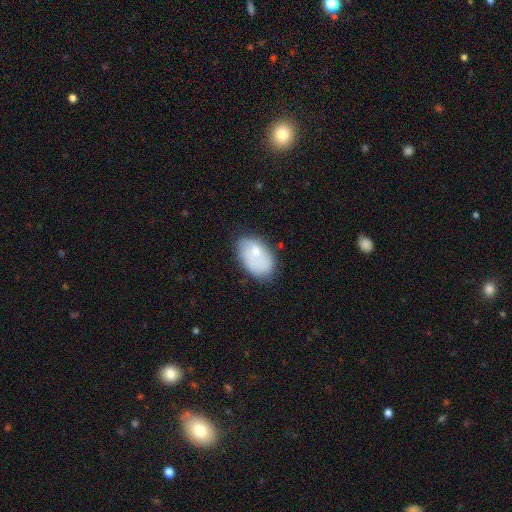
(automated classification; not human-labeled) Smooth or featured? Predicted: smooth (p=0.66). How rounded? Predicted: in between (p=0.90). Merging? Predicted: none (p=0.54).